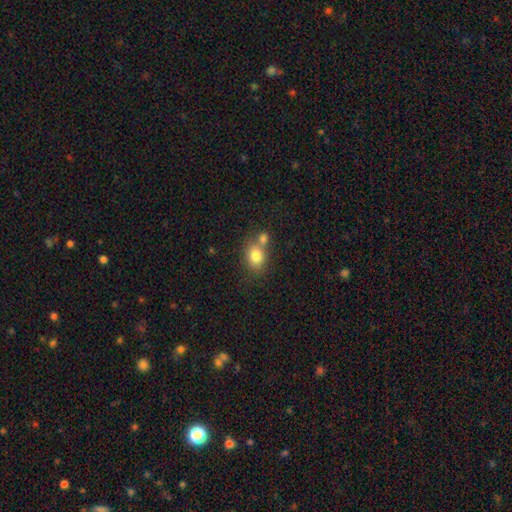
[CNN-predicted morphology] Smooth or featured? smooth (80%)
How rounded? round (54%)
Merging? none (47%)